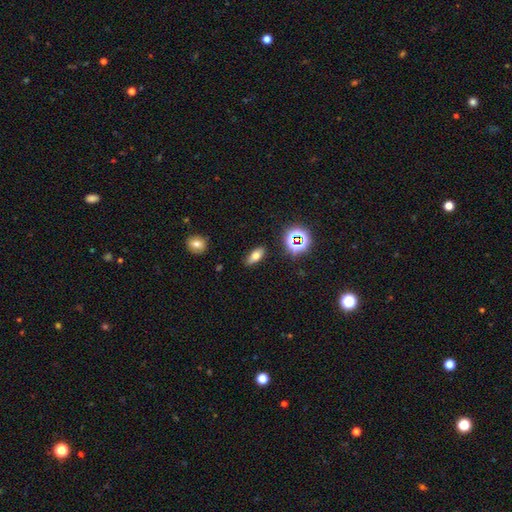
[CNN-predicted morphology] Smooth or featured: smooth — 67% (star or artifact — 17%)
How rounded: in between — 77% (cigar-shaped — 16%)
Merging: none — 85% (minor disturbance — 10%)